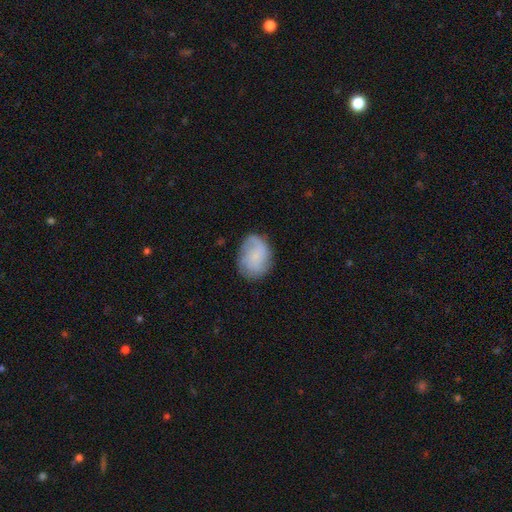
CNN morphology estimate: This appears to be a featured or disk galaxy (47%). Merging: none (67%).